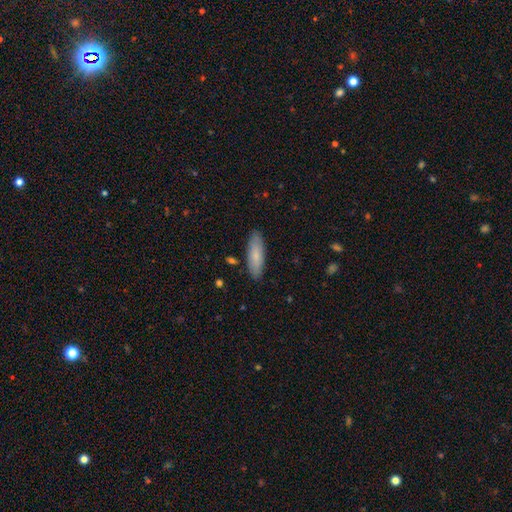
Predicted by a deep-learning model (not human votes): Smooth or featured?
  - smooth: 80% *
  - featured or disk: 14%
  - star or artifact: 6%
How rounded?
  - cigar-shaped: 56% *
  - in between: 43%
  - round: 2%
Merging?
  - none: 87% *
  - minor disturbance: 9%
  - major disturbance: 2%
  - merger: 1%